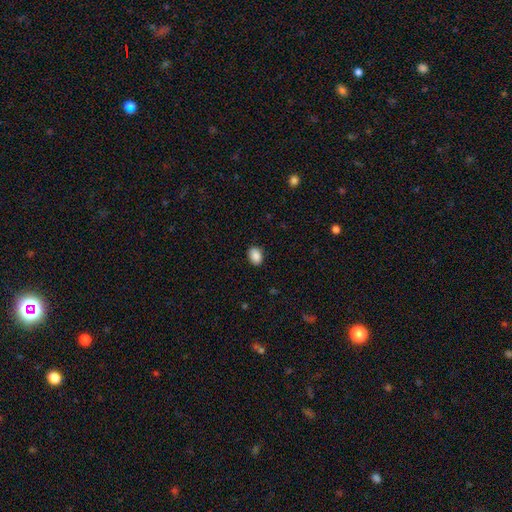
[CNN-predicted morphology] Smooth or featured: smooth — 89% (star or artifact — 8%)
How rounded: in between — 78% (round — 21%)
Merging: none — 88% (minor disturbance — 9%)